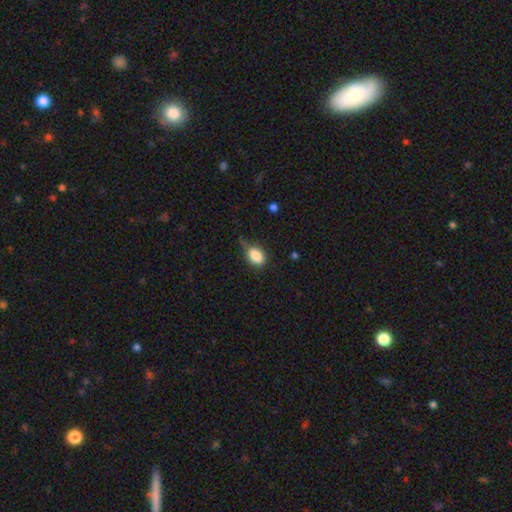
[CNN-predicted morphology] This appears to be a smooth galaxy with no disk features (84%) that is in between round and cigar-shaped (80%). Merging: none (49%).